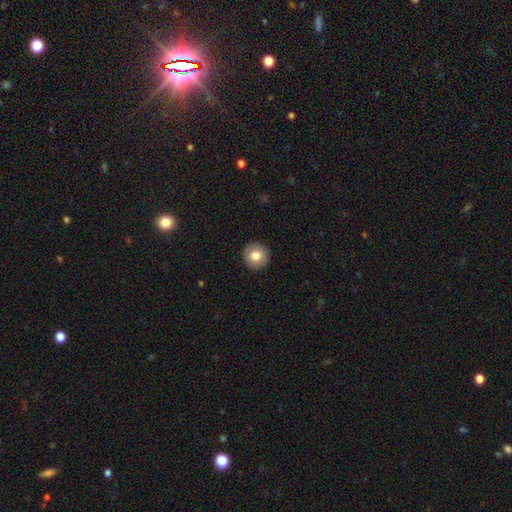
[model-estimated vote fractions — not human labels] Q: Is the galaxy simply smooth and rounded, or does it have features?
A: smooth — 79%.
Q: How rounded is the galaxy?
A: round — 95%.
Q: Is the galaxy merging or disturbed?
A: none — 93%.